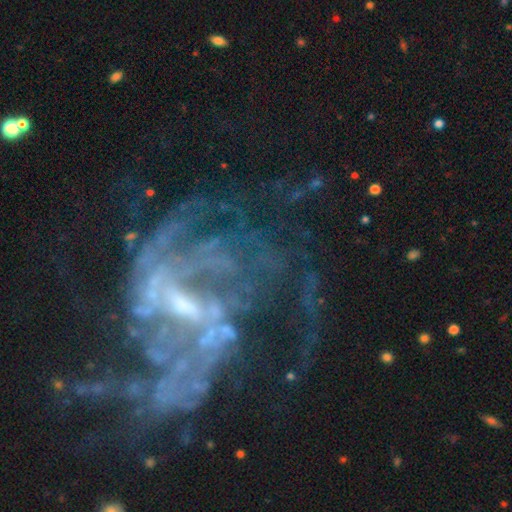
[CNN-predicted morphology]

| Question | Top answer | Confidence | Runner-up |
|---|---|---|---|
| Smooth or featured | featured or disk | 86% | star or artifact (10%) |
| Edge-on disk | no | 97% | yes (3%) |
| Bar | weak | 50% | strong (27%) |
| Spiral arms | yes | 90% | no (10%) |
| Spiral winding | loose | 42% | medium (41%) |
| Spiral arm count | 2 | 38% | can't tell (25%) |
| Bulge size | small | 52% | moderate (31%) |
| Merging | none | 42% | major disturbance (36%) |